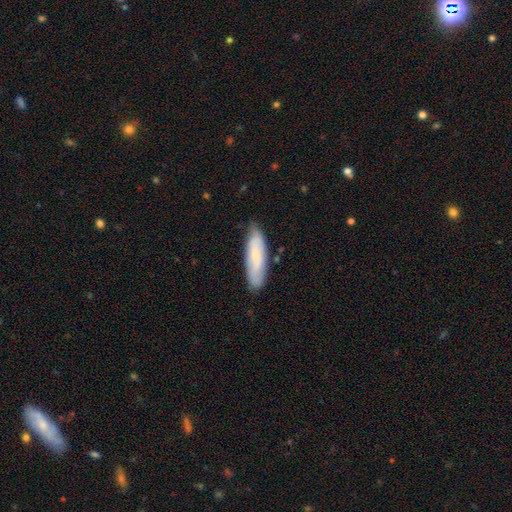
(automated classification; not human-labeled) Smooth or featured? smooth (65%)
How rounded? cigar-shaped (59%)
Merging? none (79%)